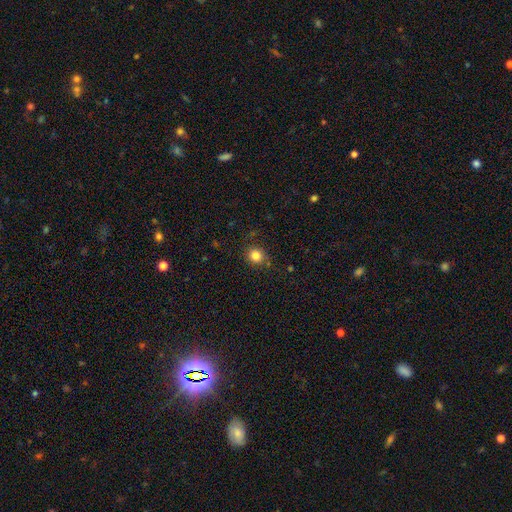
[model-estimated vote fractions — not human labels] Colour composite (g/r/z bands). It shows a smooth galaxy with no disk features (83%) that is round (89%). Merging: none (86%).